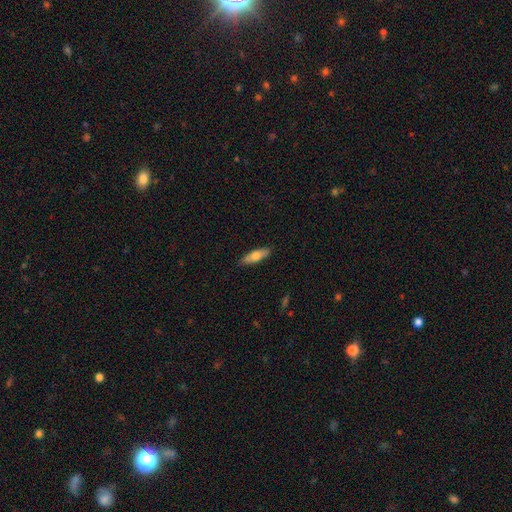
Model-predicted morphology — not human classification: The model was most divided on "how rounded": in between: 49%, cigar-shaped: 48%, round: 2%. More confident: merging — none (87%); smooth or featured — smooth (67%).